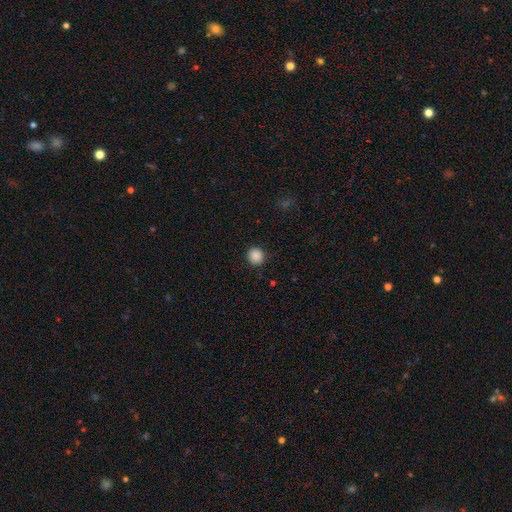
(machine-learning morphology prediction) smooth_or_featured: smooth (p=0.88) [alt: star or artifact p=0.10]
how_rounded: round (p=0.94) [alt: in between p=0.05]
merging: none (p=0.91) [alt: minor disturbance p=0.06]